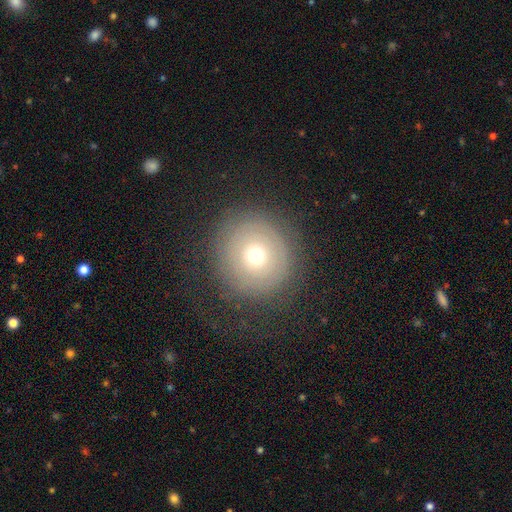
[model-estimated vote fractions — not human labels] Smooth or featured: smooth — 57% (featured or disk — 31%)
How rounded: round — 92% (in between — 7%)
Merging: none — 78% (minor disturbance — 12%)